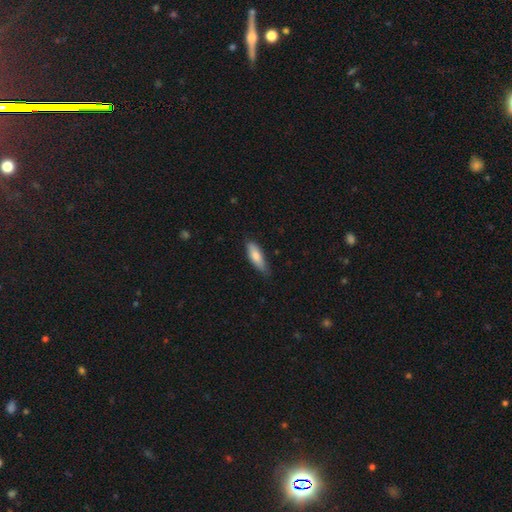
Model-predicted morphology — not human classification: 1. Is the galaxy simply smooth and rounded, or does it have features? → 79% smooth, 15% featured or disk, 6% star or artifact.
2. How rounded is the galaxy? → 52% in between, 46% cigar-shaped, 2% round.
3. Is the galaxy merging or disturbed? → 73% none, 23% minor disturbance, 3% major disturbance, 1% merger.